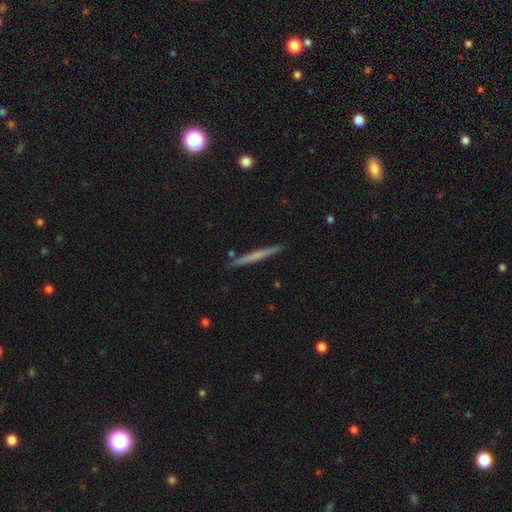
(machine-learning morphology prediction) A smooth galaxy with no disk features (48%).

Vote fractions:
- Smooth or featured? smooth: 48% / featured or disk: 46% / star or artifact: 6%
- Merging? none: 90% / minor disturbance: 7% / merger: 2% / major disturbance: 1%